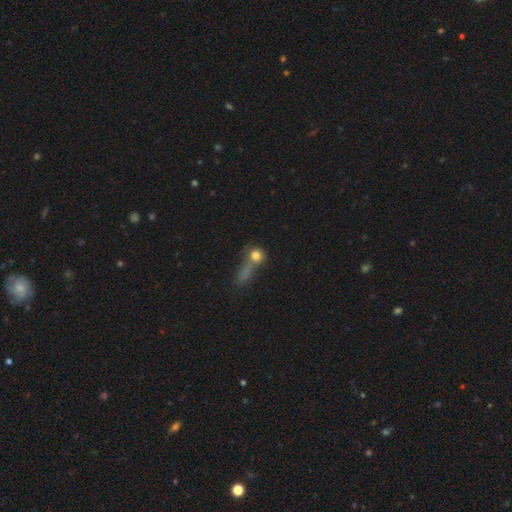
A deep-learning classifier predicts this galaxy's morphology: type=smooth (75%); roundness=round (76%); merging=none (37%).